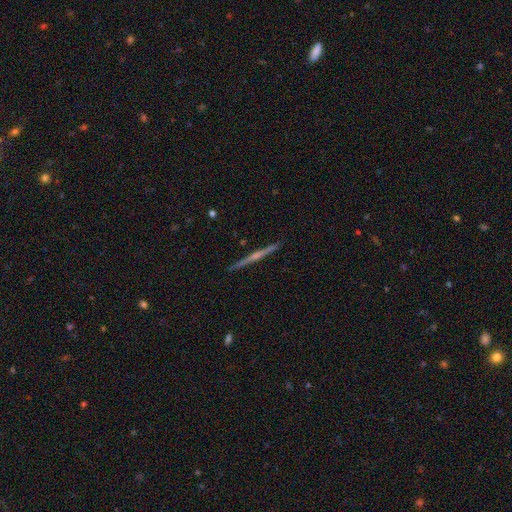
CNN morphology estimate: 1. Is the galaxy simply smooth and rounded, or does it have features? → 67% featured or disk, 21% smooth, 12% star or artifact.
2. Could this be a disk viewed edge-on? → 95% yes, 5% no.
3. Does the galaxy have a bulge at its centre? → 53% rounded, 37% none, 10% boxy.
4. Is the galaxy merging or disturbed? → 88% none, 7% minor disturbance, 2% merger, 2% major disturbance.